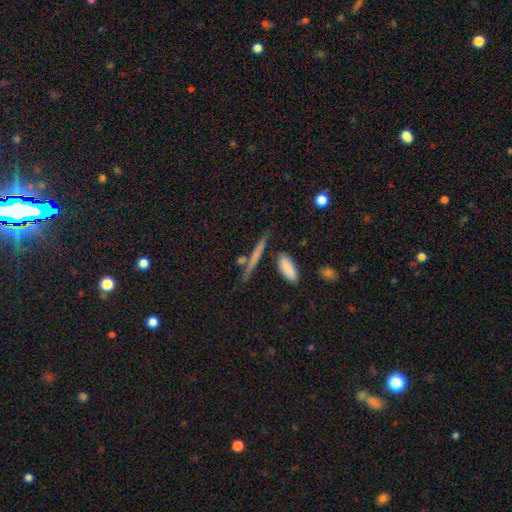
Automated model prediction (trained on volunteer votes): smooth_or_featured: smooth (p=0.52) [alt: featured or disk p=0.36]
how_rounded: cigar-shaped (p=0.87) [alt: in between p=0.08]
merging: none (p=0.77) [alt: minor disturbance p=0.11]